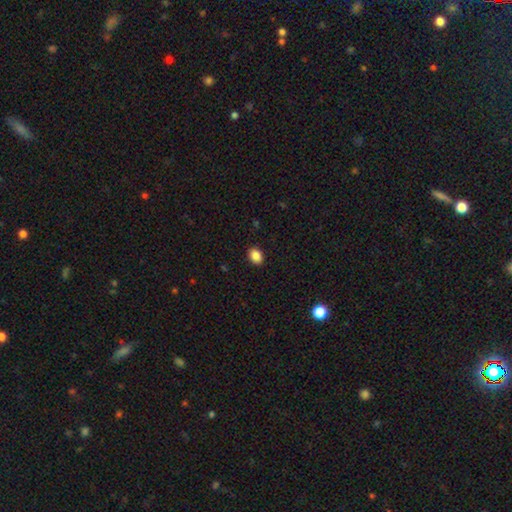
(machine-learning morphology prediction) This is clearly a smooth galaxy (88%). How rounded: likely in between (71%). Merging: clearly none (90%).